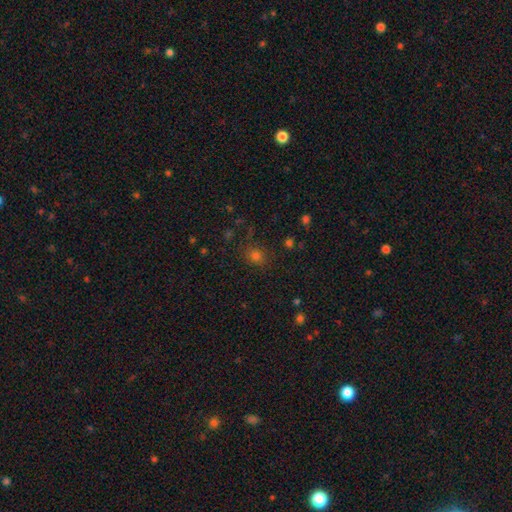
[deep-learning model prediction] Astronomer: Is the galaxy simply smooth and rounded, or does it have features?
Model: smooth — 69%.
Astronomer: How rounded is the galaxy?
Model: round — 75%.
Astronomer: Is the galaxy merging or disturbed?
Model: none — 81%.